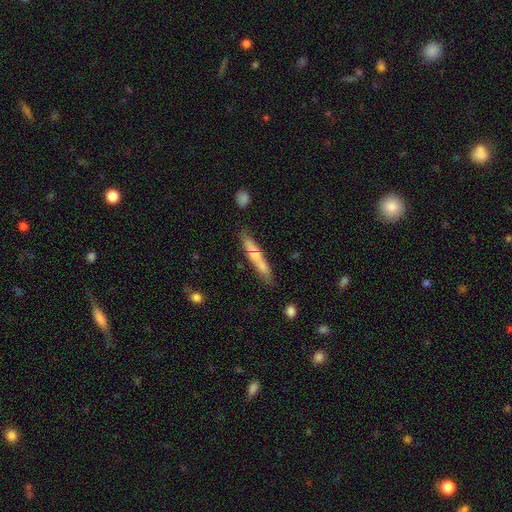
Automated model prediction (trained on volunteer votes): Overall: smooth (53%; featured or disk 40%). How rounded: cigar-shaped (90%). Merging: none (66%).